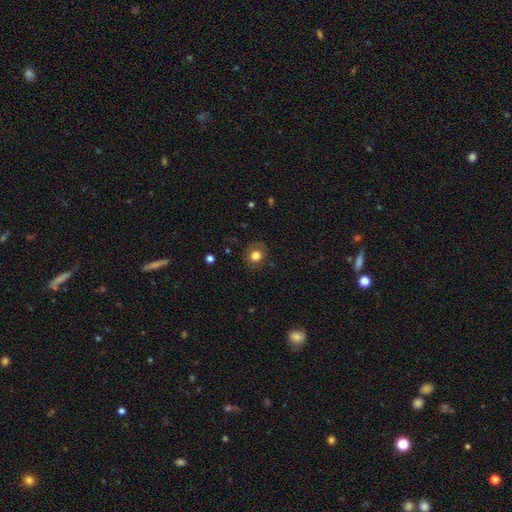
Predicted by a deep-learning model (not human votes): A smooth galaxy with no disk features (75%) that is round (73%). Merging: none (78%).